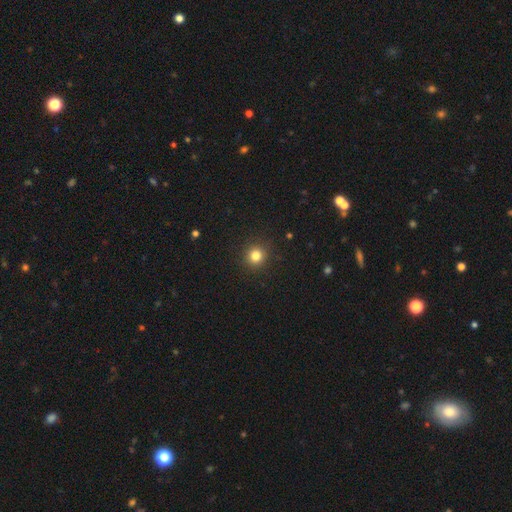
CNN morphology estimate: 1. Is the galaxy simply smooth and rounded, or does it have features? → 82% smooth, 13% star or artifact, 5% featured or disk.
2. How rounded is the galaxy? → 93% round, 6% in between, 1% cigar-shaped.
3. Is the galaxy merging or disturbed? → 92% none, 5% minor disturbance, 2% major disturbance, 1% merger.